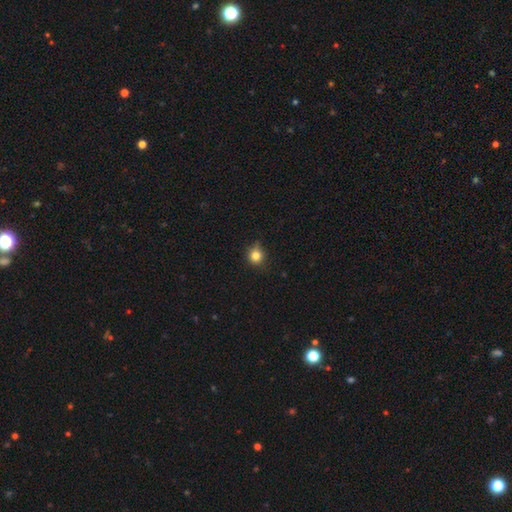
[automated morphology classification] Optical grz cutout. It shows a smooth galaxy with no disk features (82%) that is round (89%). Merging: none (73%).